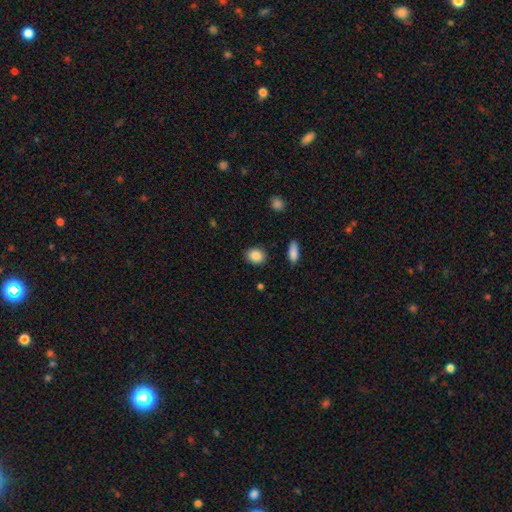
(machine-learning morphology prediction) A smooth galaxy with no disk features (88%) that is round (58%).

Vote fractions:
- Smooth or featured? smooth: 88% / star or artifact: 8% / featured or disk: 4%
- How rounded? round: 58% / in between: 40% / cigar-shaped: 1%
- Merging? none: 88% / minor disturbance: 8% / major disturbance: 2% / merger: 2%